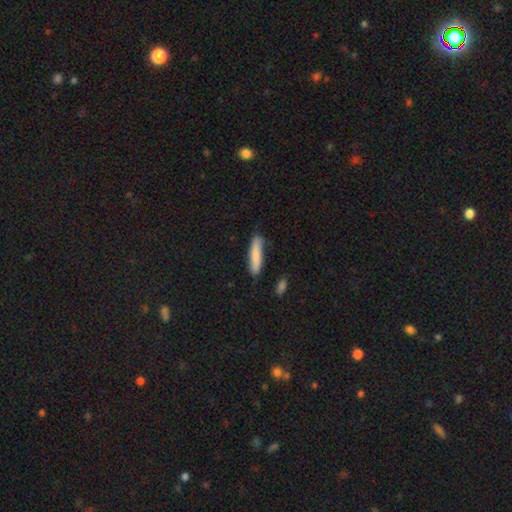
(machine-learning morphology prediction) type=smooth (80%); roundness=cigar-shaped (84%); merging=none (79%).